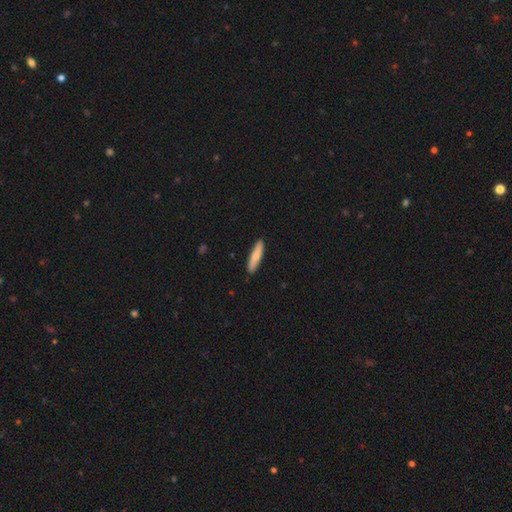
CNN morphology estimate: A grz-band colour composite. It shows a smooth galaxy with no disk features (76%) that is cigar-shaped (84%). Merging: none (89%).